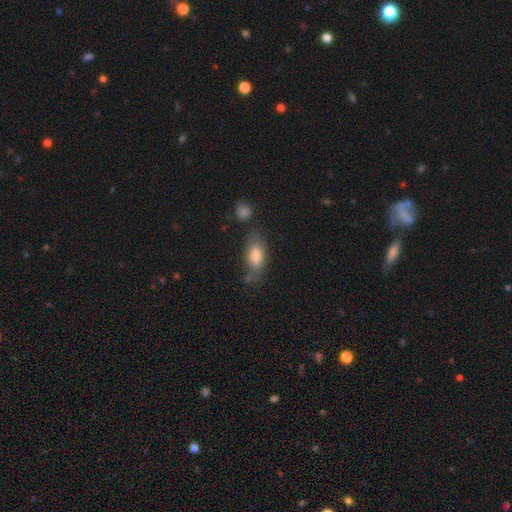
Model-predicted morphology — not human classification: Overall: smooth (74%). How rounded: in between (85%). Merging: none (65%).